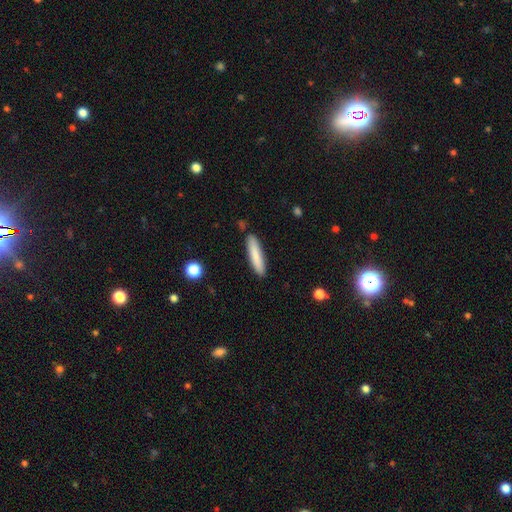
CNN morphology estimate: Smooth or featured? Predicted: smooth (p=0.83). How rounded? Predicted: cigar-shaped (p=0.86). Merging? Predicted: none (p=0.88).